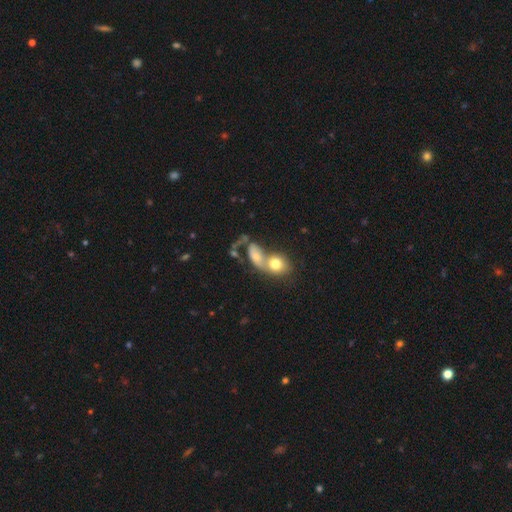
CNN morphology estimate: Overall: smooth (64%; featured or disk 26%). How rounded: in between (68%). Merging: merger (66%).